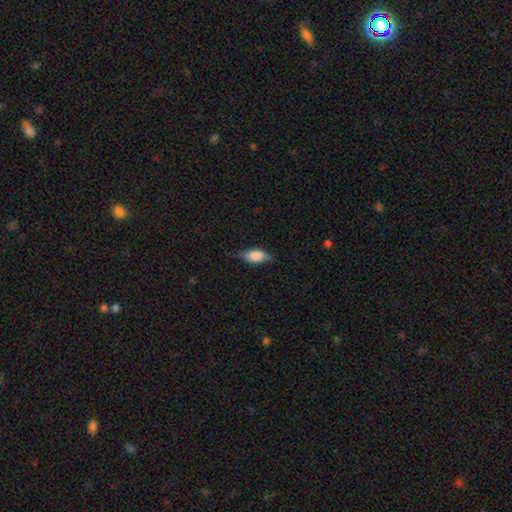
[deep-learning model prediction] Smooth or featured: smooth — 72% (featured or disk — 22%)
How rounded: in between — 80% (cigar-shaped — 17%)
Merging: none — 73% (minor disturbance — 21%)